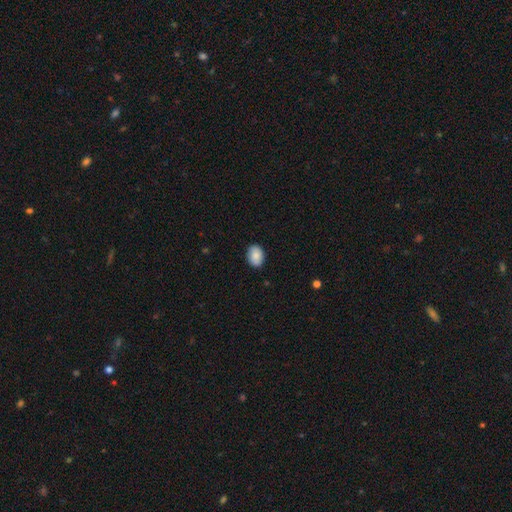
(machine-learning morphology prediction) Overall: smooth (87%). How rounded: in between (77%). Merging: none (88%).